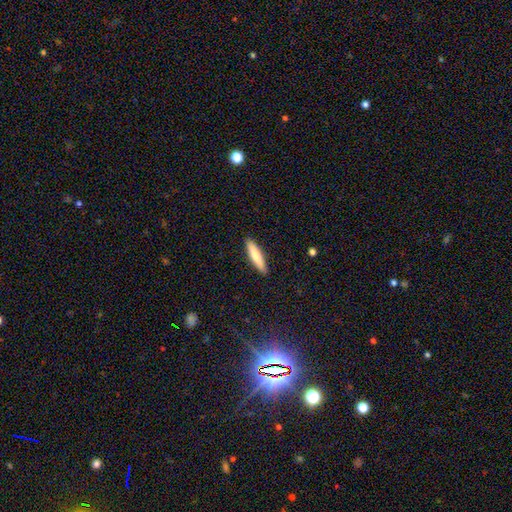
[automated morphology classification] smooth-or-featured: smooth: 73% | featured or disk: 22% | star or artifact: 5%
  how-rounded: cigar-shaped: 83% | in between: 15% | round: 1%
  merging: none: 90% | minor disturbance: 8% | major disturbance: 2% | merger: 1%